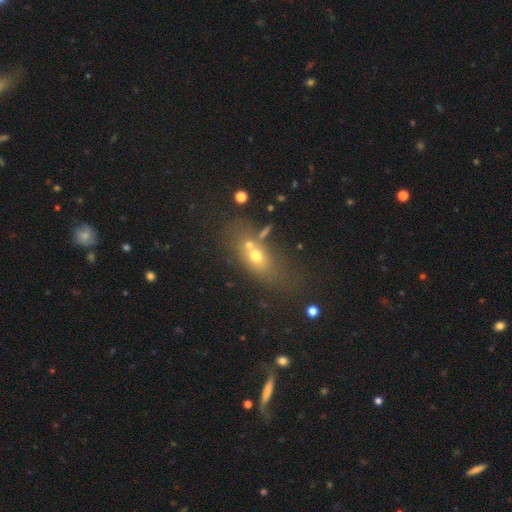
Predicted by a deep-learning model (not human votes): Smooth or featured?
  - smooth: 57% *
  - featured or disk: 25%
  - star or artifact: 17%
How rounded?
  - in between: 62% *
  - round: 24%
  - cigar-shaped: 14%
Merging?
  - none: 45% *
  - merger: 32%
  - minor disturbance: 14%
  - major disturbance: 9%